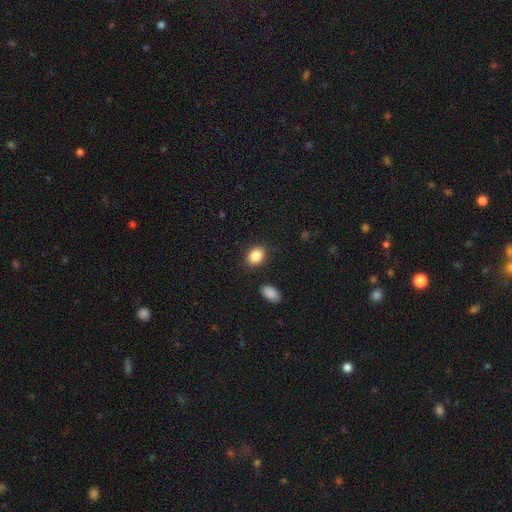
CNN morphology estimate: Q: Smooth or featured?
A: smooth (88%); runner-up: star or artifact (8%)
Q: How rounded?
A: in between (67%); runner-up: round (32%)
Q: Merging?
A: none (85%); runner-up: minor disturbance (9%)